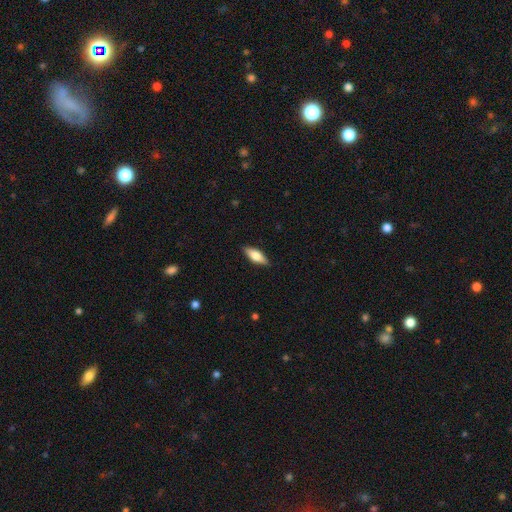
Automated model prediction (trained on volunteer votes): This appears to be a smooth galaxy with no disk features (65%) that is in between round and cigar-shaped (67%). Merging: none (88%).